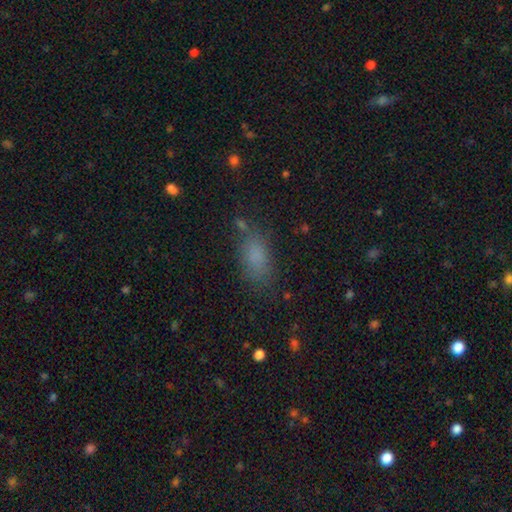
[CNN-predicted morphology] A smooth galaxy with no disk features (80%) that is in between round and cigar-shaped (85%). Merging: none (74%).